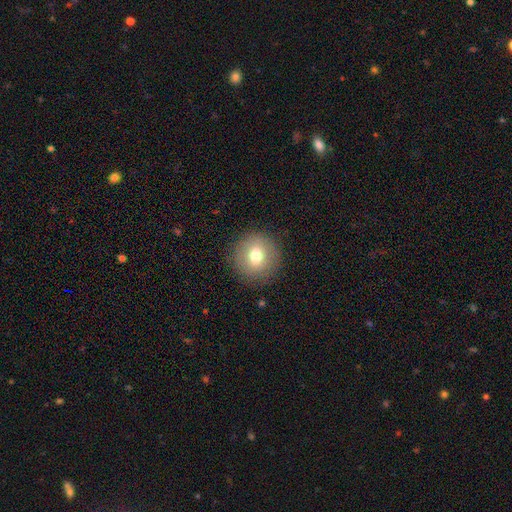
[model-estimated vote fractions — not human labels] Smooth or featured?
  - smooth: 73% *
  - featured or disk: 17%
  - star or artifact: 10%
How rounded?
  - round: 92% *
  - in between: 7%
  - cigar-shaped: 1%
Merging?
  - none: 88% *
  - minor disturbance: 8%
  - major disturbance: 3%
  - merger: 1%